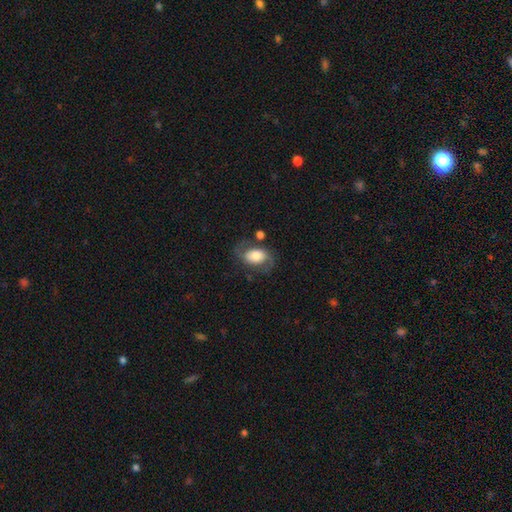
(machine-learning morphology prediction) This is possibly a smooth galaxy (47%). Merging: possibly none (59%).